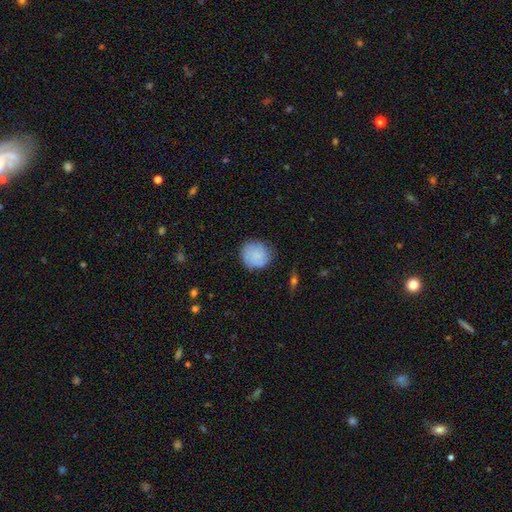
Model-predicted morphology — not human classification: Smooth or featured? smooth (67%)
How rounded? round (85%)
Merging? none (75%)